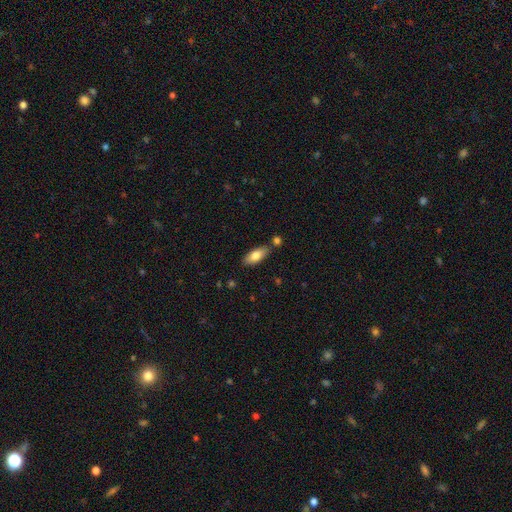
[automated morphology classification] A smooth galaxy with no disk features (76%) that is in between round and cigar-shaped (76%).

Vote fractions:
- Smooth or featured? smooth: 76% / featured or disk: 17% / star or artifact: 7%
- How rounded? in between: 76% / cigar-shaped: 22% / round: 2%
- Merging? none: 79% / minor disturbance: 12% / merger: 7% / major disturbance: 2%